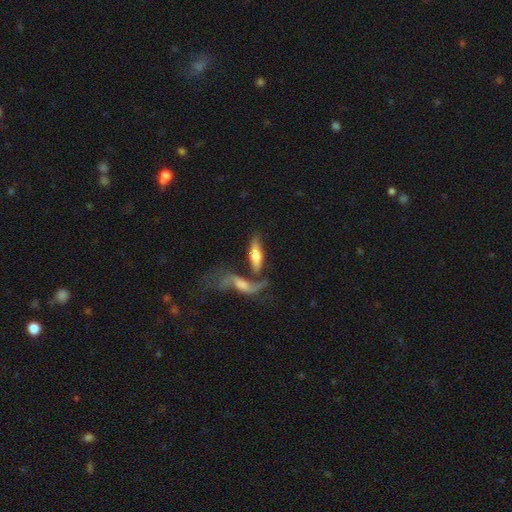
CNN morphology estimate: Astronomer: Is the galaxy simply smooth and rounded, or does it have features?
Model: featured or disk — 47% (runner-up: smooth, 46%).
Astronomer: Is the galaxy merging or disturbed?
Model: merger — 41% (runner-up: none, 36%).